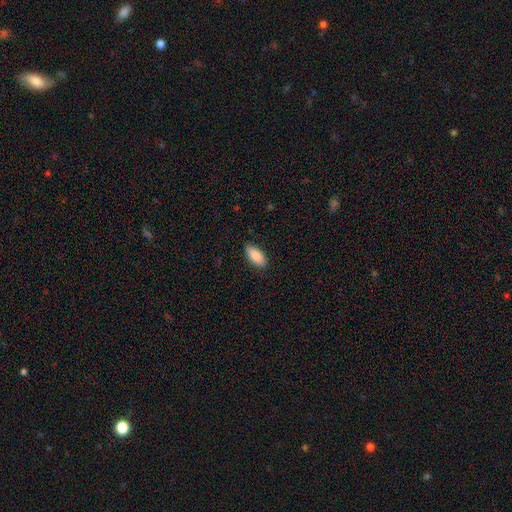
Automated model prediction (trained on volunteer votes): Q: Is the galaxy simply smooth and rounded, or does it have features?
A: smooth — 87%.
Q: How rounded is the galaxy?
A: in between — 86%.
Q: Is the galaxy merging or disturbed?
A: none — 88%.